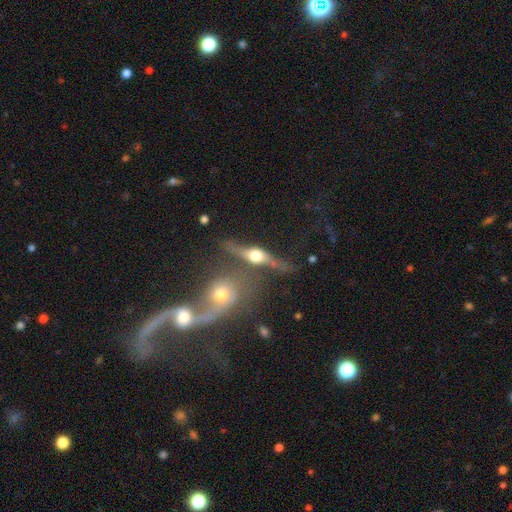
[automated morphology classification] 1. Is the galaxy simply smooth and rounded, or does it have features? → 63% featured or disk, 26% smooth, 11% star or artifact.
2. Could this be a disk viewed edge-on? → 78% yes, 22% no.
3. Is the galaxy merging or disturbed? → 47% none, 27% merger, 15% minor disturbance, 11% major disturbance.